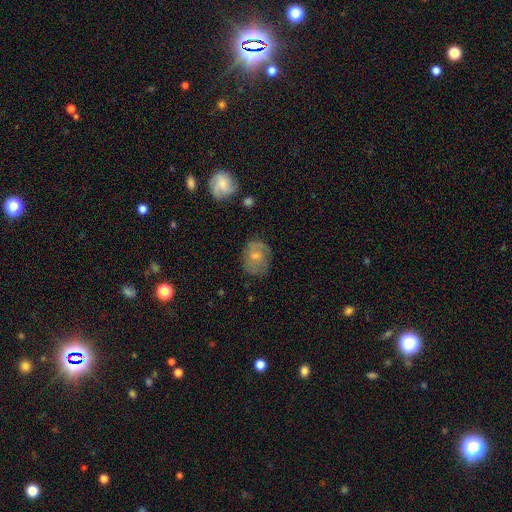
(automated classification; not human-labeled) Morphology: type=featured or disk (50%); edge-on=no (97%); merging=none (61%).